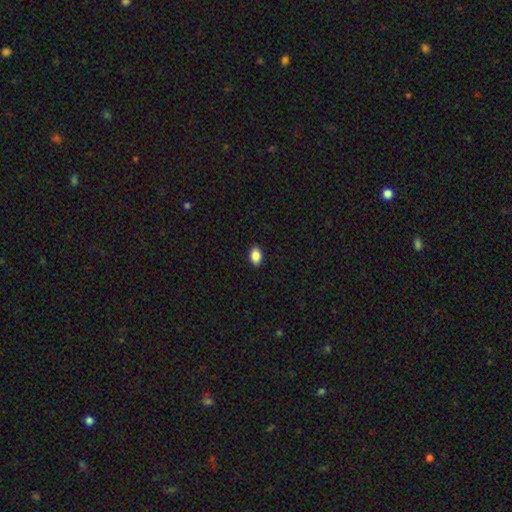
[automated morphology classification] type=smooth (88%); roundness=in between (87%); merging=none (89%).